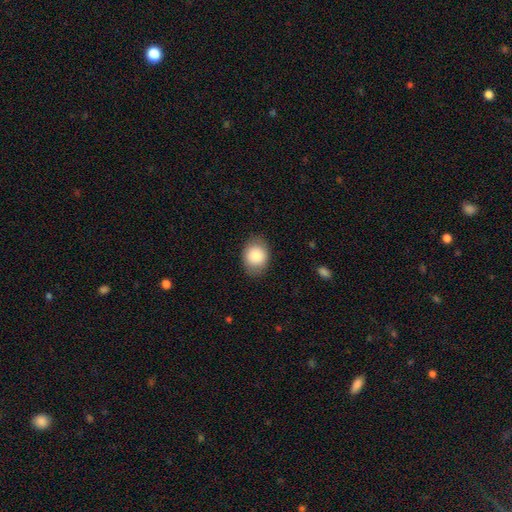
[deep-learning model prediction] Overall: smooth (85%). How rounded: in between (55%; round 44%). Merging: none (83%).